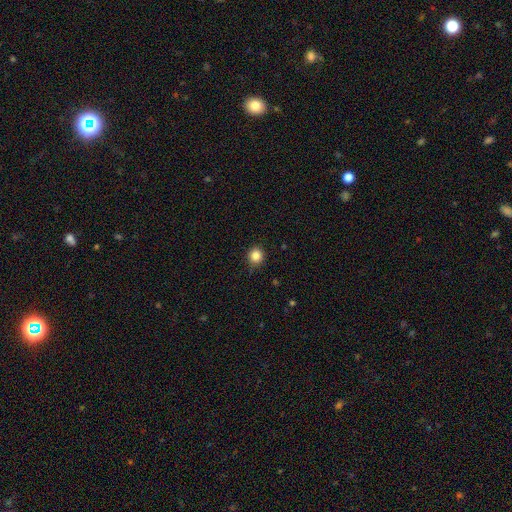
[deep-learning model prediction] Morphology: type=smooth (85%); roundness=round (92%); merging=none (88%).